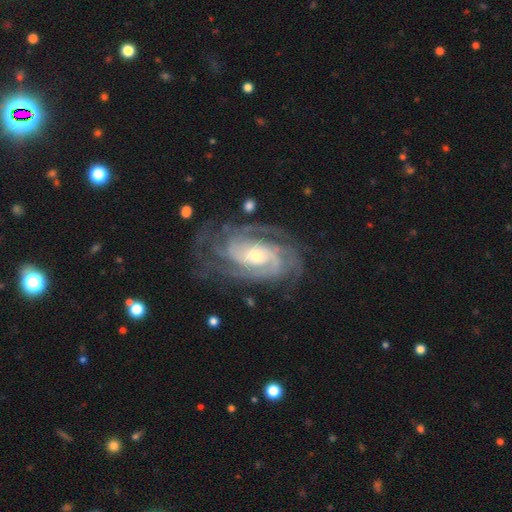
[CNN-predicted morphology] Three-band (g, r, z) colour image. It shows a featured or disk galaxy (91%) with no bar (58%), 3 (27%) tight (67%) spiral arms (98%) and a moderate central bulge (47%, tied with small). Merging: none (71%).